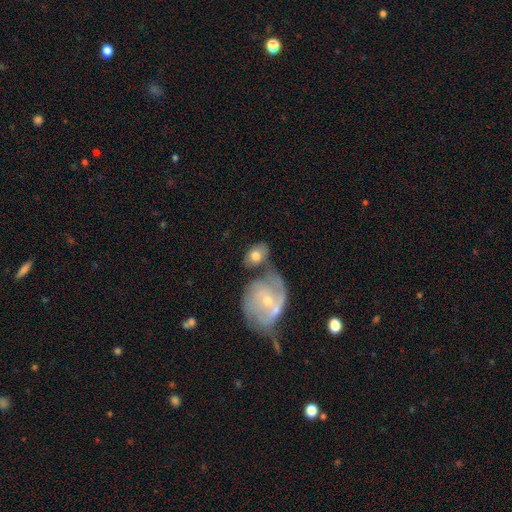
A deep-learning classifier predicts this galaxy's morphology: Q: Smooth or featured?
A: smooth (62%); runner-up: featured or disk (32%)
Q: How rounded?
A: in between (76%); runner-up: round (22%)
Q: Merging?
A: none (42%); runner-up: merger (35%)